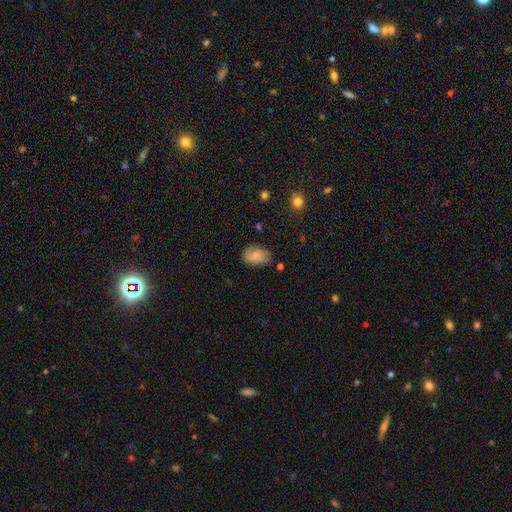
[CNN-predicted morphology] Smooth or featured?
  - smooth: 74% *
  - featured or disk: 18%
  - star or artifact: 9%
How rounded?
  - in between: 84% *
  - round: 15%
  - cigar-shaped: 1%
Merging?
  - none: 72% *
  - minor disturbance: 21%
  - major disturbance: 5%
  - merger: 3%